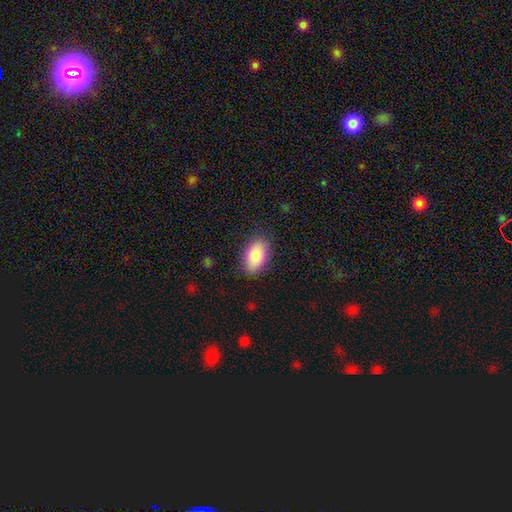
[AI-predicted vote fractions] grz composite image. It shows a smooth galaxy with no disk features (83%) that is in between round and cigar-shaped (91%). Merging: none (85%).